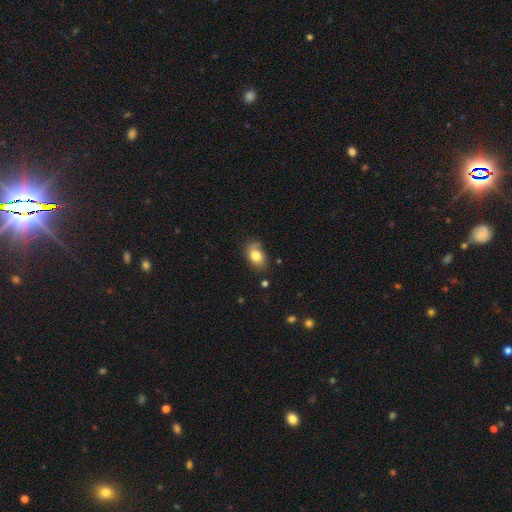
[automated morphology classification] A smooth galaxy with no disk features (80%) that is in between round and cigar-shaped (85%).

Vote fractions:
- Smooth or featured? smooth: 80% / featured or disk: 12% / star or artifact: 8%
- How rounded? in between: 85% / round: 13% / cigar-shaped: 2%
- Merging? none: 68% / minor disturbance: 24% / major disturbance: 6% / merger: 2%